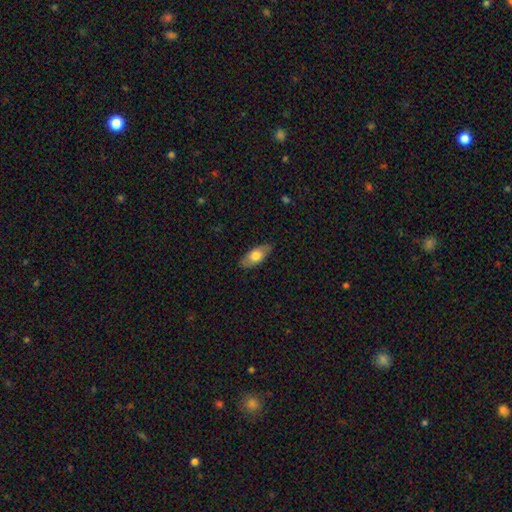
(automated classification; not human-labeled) Smooth or featured? smooth (67%)
How rounded? in between (86%)
Merging? none (85%)